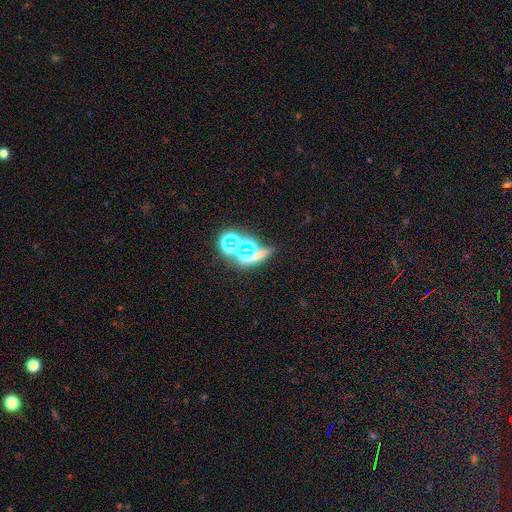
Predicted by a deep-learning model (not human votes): smooth_or_featured: star or artifact (p=0.58) [alt: smooth p=0.27]